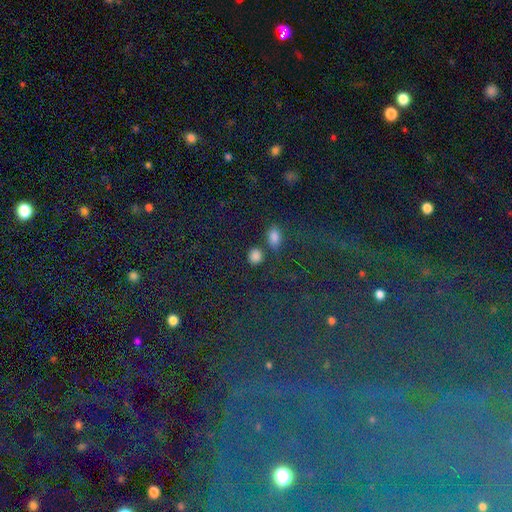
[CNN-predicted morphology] Q: Smooth or featured?
A: smooth (81%); runner-up: star or artifact (15%)
Q: How rounded?
A: round (53%); runner-up: in between (45%)
Q: Merging?
A: none (75%); runner-up: merger (12%)